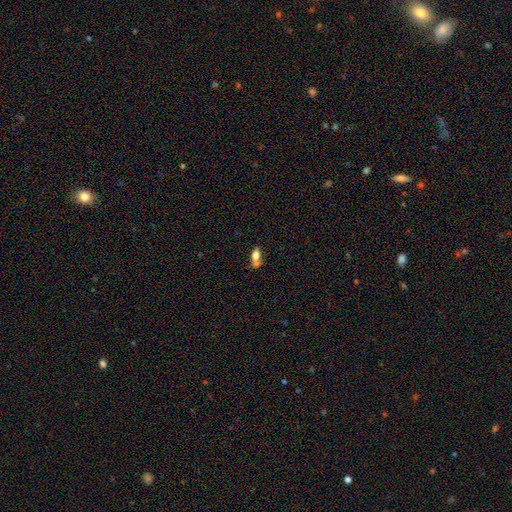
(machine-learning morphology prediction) Smooth or featured?
  - smooth: 68% *
  - featured or disk: 22%
  - star or artifact: 10%
How rounded?
  - in between: 78% *
  - cigar-shaped: 16%
  - round: 7%
Merging?
  - none: 42% *
  - merger: 28%
  - minor disturbance: 20%
  - major disturbance: 10%